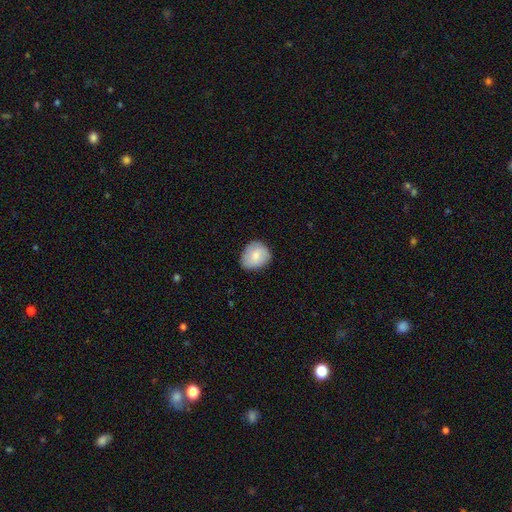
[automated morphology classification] Smooth or featured: smooth — 78% (featured or disk — 16%)
How rounded: round — 66% (in between — 33%)
Merging: none — 74% (minor disturbance — 21%)